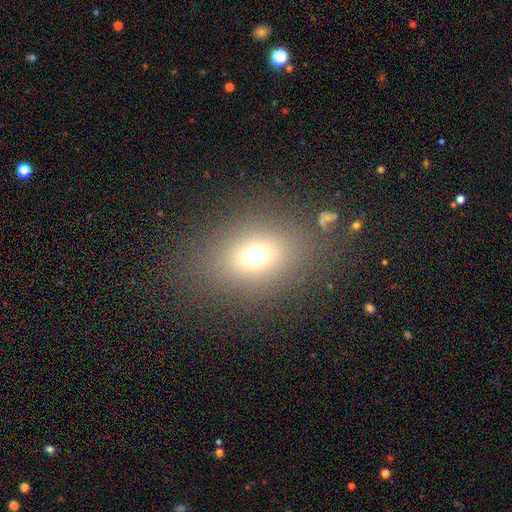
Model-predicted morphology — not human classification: The model was most divided on "how rounded": in between: 51%, round: 48%, cigar-shaped: 1%. More confident: merging — none (79%); smooth or featured — smooth (68%).